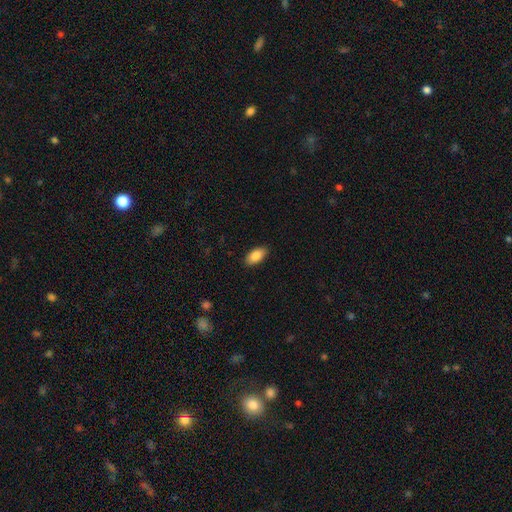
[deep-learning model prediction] Overall: smooth (87%). How rounded: in between (93%). Merging: none (88%).